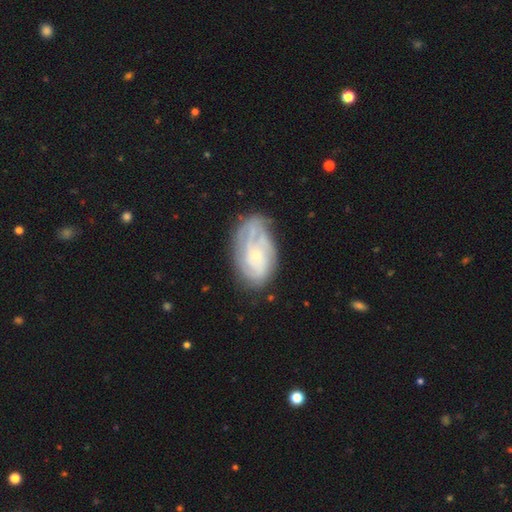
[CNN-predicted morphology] smooth_or_featured: featured or disk (p=0.74) [alt: smooth p=0.20]
disk_edge_on: no (p=0.96) [alt: yes p=0.04]
bar: no (p=0.73) [alt: weak p=0.23]
has_spiral_arms: yes (p=0.88) [alt: no p=0.12]
spiral_winding: tight (p=0.59) [alt: medium p=0.31]
spiral_arm_count: can't tell (p=0.42) [alt: 2 p=0.19]
bulge_size: small (p=0.72) [alt: moderate p=0.22]
merging: none (p=0.65) [alt: minor disturbance p=0.23]